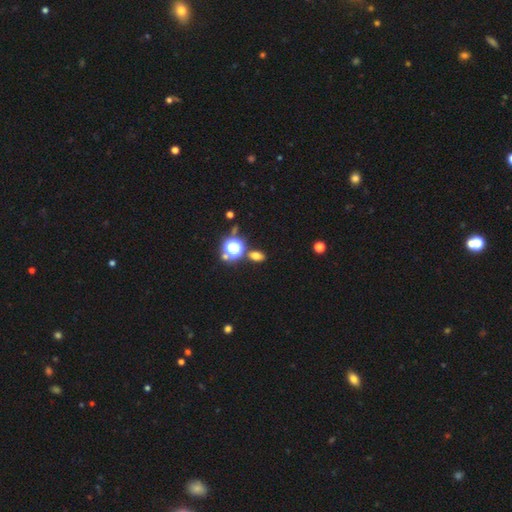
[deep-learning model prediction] smooth 65%, star or artifact 25%, featured or disk 10%. Down the decision tree: how rounded — in between (70%); merging — none (82%).